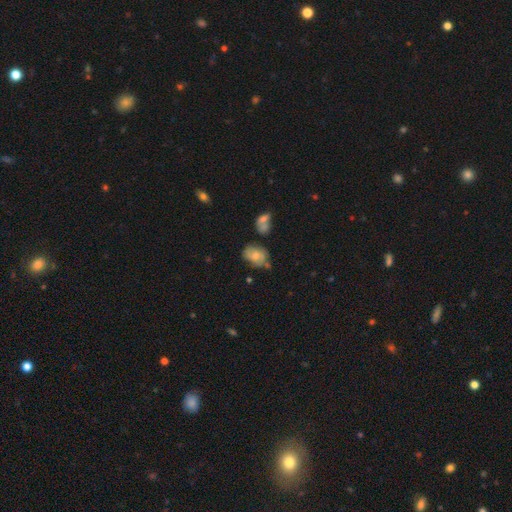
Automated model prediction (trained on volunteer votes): Overall: smooth (48%; featured or disk 43%). Merging: none (46%; minor disturbance 30%).